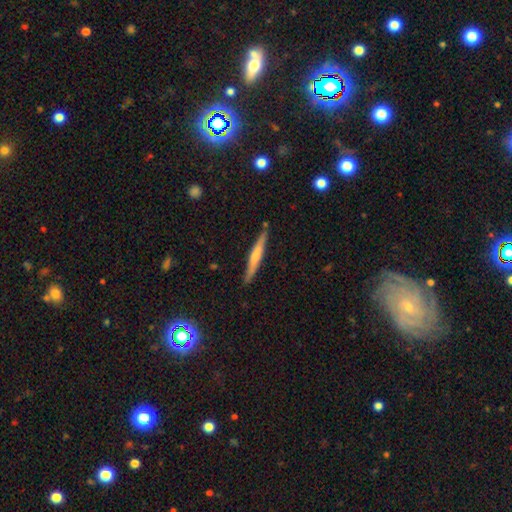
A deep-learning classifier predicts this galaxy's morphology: smooth-or-featured: featured or disk: 50% | smooth: 44% | star or artifact: 6%
  disk-edge-on: yes: 96% | no: 4%
  merging: none: 86% | minor disturbance: 10% | merger: 2% | major disturbance: 2%